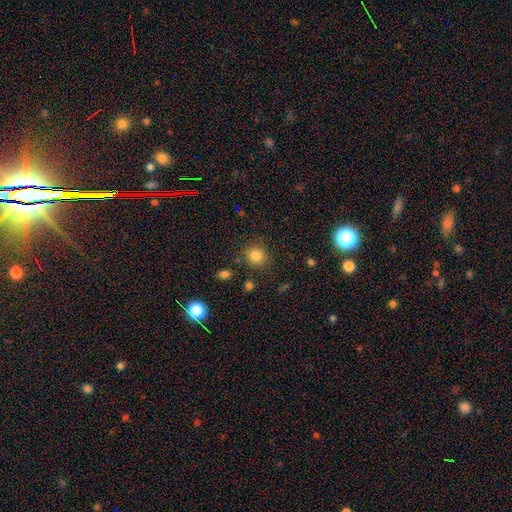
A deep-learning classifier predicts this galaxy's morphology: Smooth or featured? Predicted: smooth (p=0.83). How rounded? Predicted: round (p=0.88). Merging? Predicted: none (p=0.84).